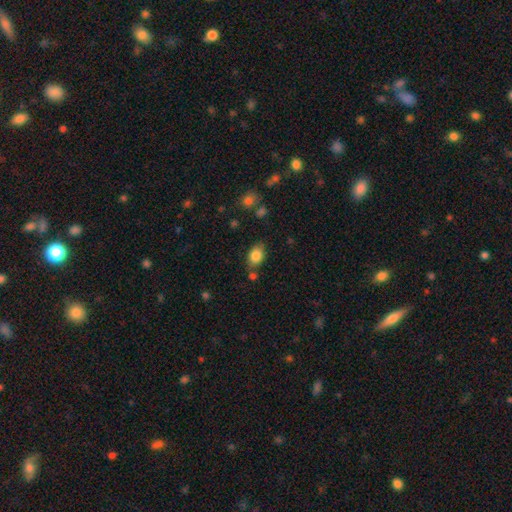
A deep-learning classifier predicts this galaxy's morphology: Smooth or featured?
  - smooth: 84% *
  - star or artifact: 9%
  - featured or disk: 7%
How rounded?
  - in between: 79% *
  - round: 20%
  - cigar-shaped: 1%
Merging?
  - none: 74% *
  - minor disturbance: 15%
  - merger: 7%
  - major disturbance: 4%